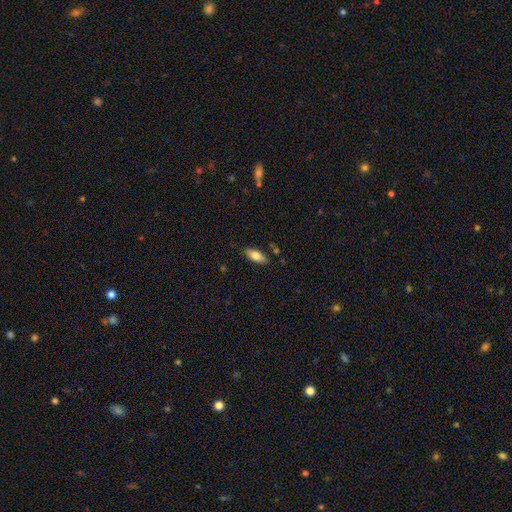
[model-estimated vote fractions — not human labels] This is likely a smooth galaxy (75%). How rounded: likely in between (79%). Merging: clearly none (83%).